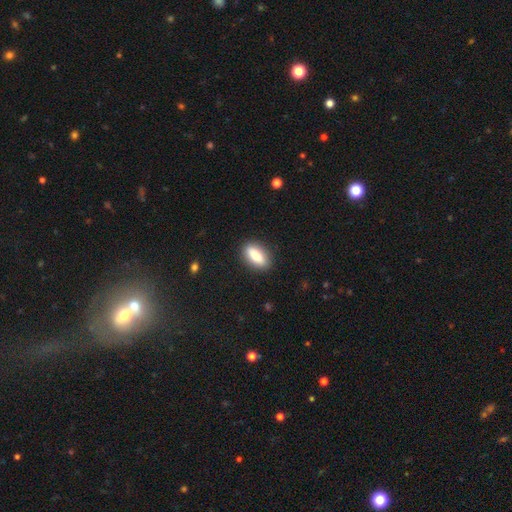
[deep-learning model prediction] smooth-or-featured: smooth: 81% | featured or disk: 12% | star or artifact: 7%
  how-rounded: in between: 79% | cigar-shaped: 17% | round: 4%
  merging: none: 88% | minor disturbance: 9% | major disturbance: 2% | merger: 1%